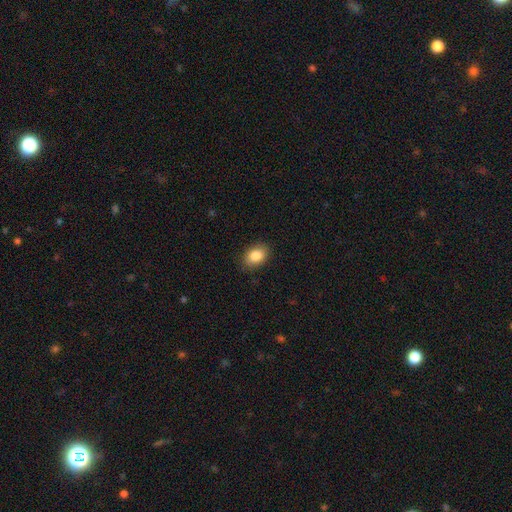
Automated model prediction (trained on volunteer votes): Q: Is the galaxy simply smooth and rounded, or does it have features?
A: smooth — 86%.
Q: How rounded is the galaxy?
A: in between — 77%.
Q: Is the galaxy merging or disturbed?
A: none — 86%.